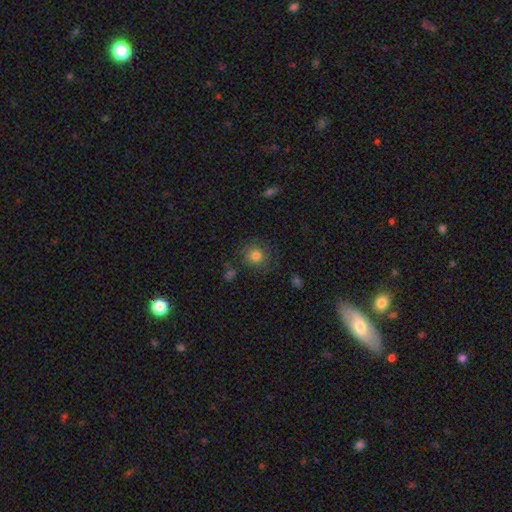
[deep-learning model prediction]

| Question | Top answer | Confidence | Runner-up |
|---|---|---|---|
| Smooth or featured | smooth | 79% | star or artifact (13%) |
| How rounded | round | 88% | in between (11%) |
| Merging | none | 82% | minor disturbance (12%) |